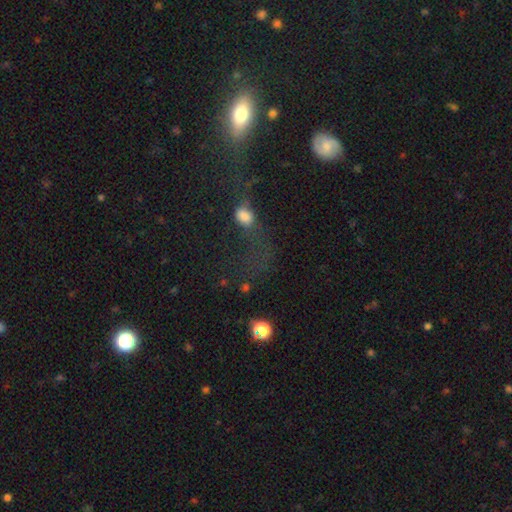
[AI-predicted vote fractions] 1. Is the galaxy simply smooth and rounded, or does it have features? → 39% smooth, 33% star or artifact, 28% featured or disk.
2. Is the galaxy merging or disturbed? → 38% major disturbance, 32% none, 16% merger, 14% minor disturbance.